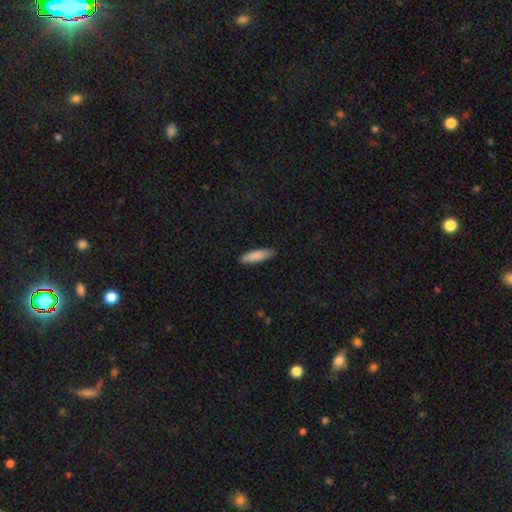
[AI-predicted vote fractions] Smooth or featured? Predicted: smooth (p=0.87). How rounded? Predicted: cigar-shaped (p=0.66). Merging? Predicted: none (p=0.87).